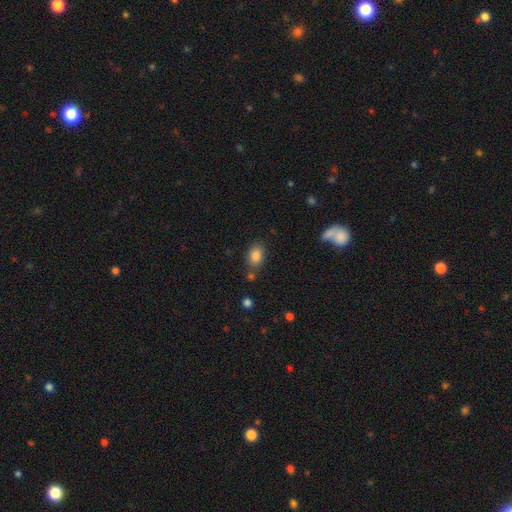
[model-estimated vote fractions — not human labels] Smooth or featured? Predicted: smooth (p=0.85). How rounded? Predicted: in between (p=0.82). Merging? Predicted: none (p=0.74).